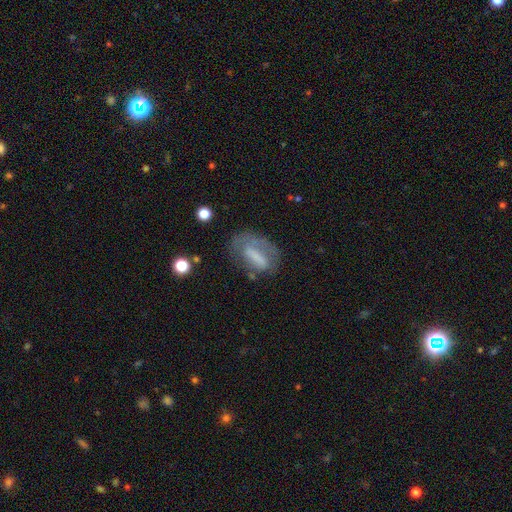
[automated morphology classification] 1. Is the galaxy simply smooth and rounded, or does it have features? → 47% smooth, 44% featured or disk, 10% star or artifact.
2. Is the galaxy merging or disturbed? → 47% none, 25% minor disturbance, 24% major disturbance, 4% merger.